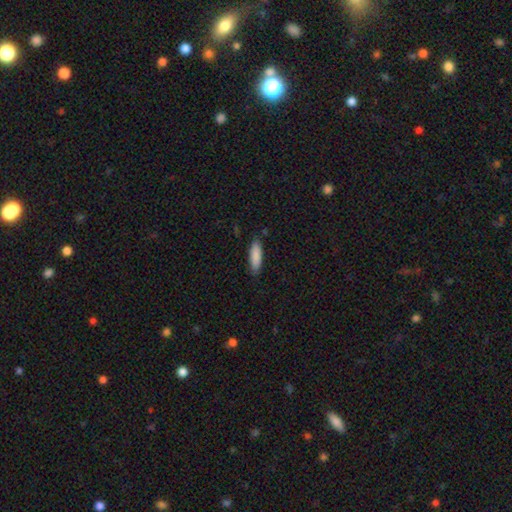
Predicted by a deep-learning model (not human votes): This is clearly a smooth galaxy (88%). How rounded: possibly cigar-shaped (54%). Merging: clearly none (84%).